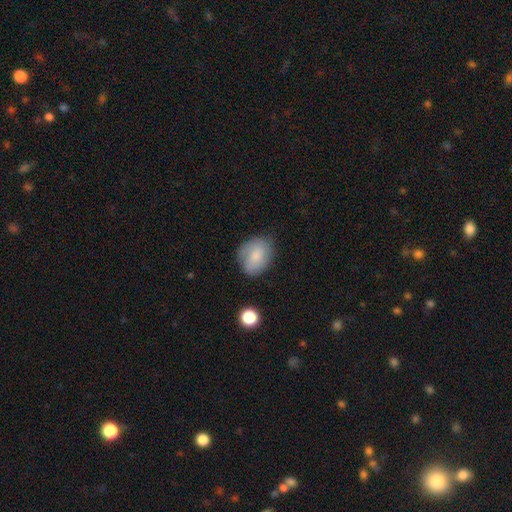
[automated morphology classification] Smooth or featured? Predicted: smooth (p=0.70). How rounded? Predicted: in between (p=0.65). Merging? Predicted: none (p=0.65).